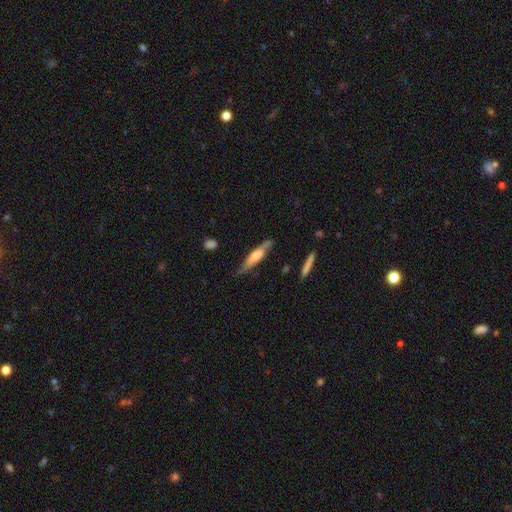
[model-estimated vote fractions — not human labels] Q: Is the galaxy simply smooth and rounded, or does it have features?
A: featured or disk — 53%.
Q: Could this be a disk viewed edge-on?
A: yes — 68%.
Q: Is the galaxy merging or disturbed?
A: none — 68%.